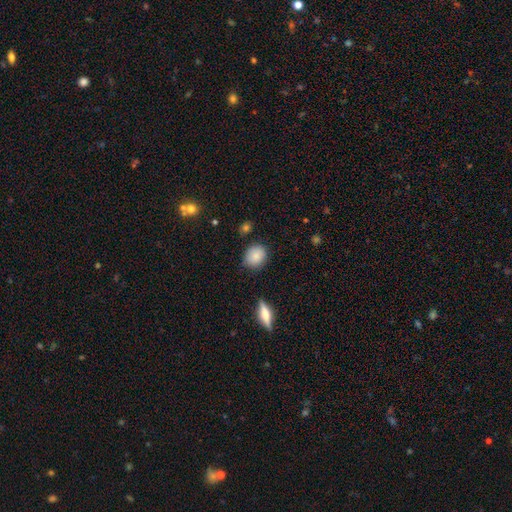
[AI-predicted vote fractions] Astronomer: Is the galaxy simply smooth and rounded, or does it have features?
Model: smooth — 85%.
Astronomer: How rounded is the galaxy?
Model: round — 64%.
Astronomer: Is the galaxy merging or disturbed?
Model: none — 81%.